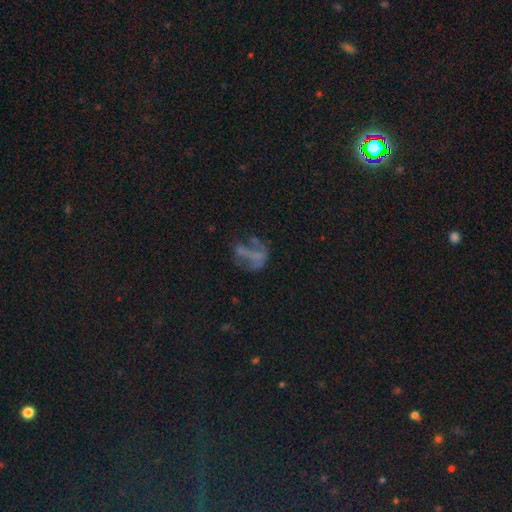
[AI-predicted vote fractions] Overall: featured or disk (43%; smooth 35%). Merging: major disturbance (38%; none 33%).